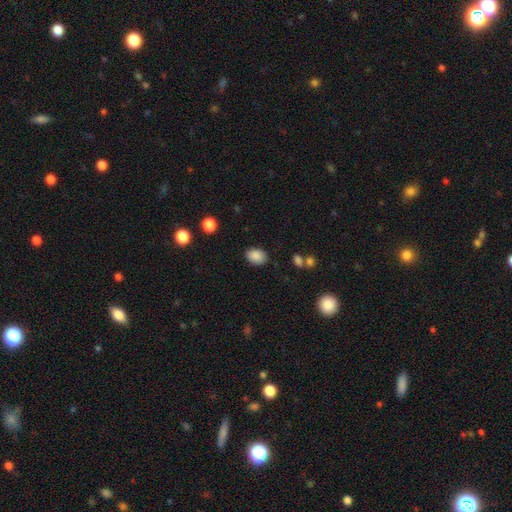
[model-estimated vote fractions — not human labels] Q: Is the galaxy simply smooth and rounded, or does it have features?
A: smooth — 87%.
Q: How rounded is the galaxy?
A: in between — 76%.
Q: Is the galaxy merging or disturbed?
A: none — 84%.